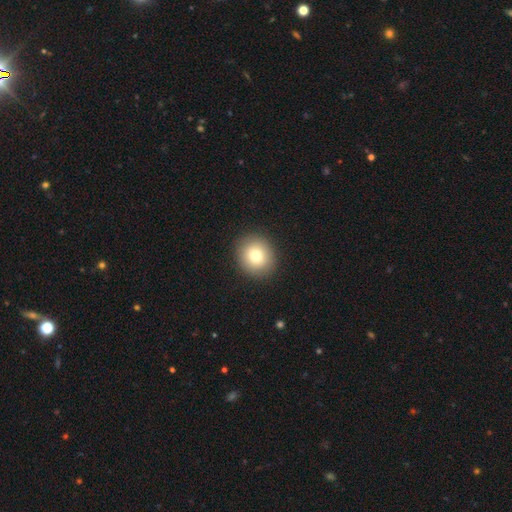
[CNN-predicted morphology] Q: Smooth or featured?
A: smooth (78%); runner-up: featured or disk (12%)
Q: How rounded?
A: round (84%); runner-up: in between (16%)
Q: Merging?
A: none (90%); runner-up: minor disturbance (6%)